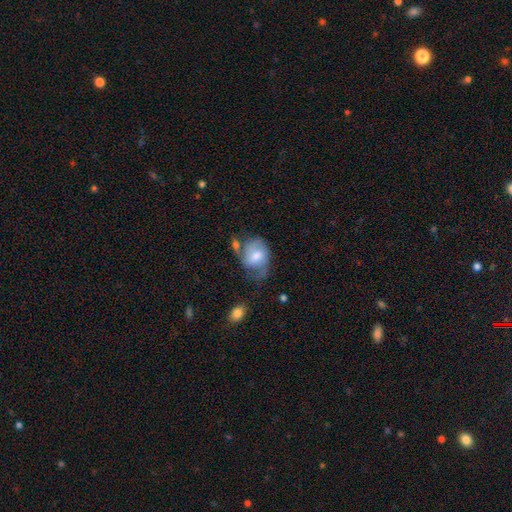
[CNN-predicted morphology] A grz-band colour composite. It shows a featured or disk galaxy (52%). Merging: none (35%).